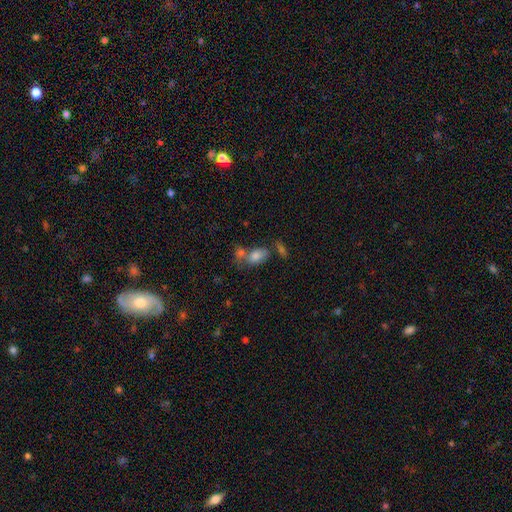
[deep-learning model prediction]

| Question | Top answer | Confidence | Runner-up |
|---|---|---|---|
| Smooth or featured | smooth | 74% | featured or disk (14%) |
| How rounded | in between | 80% | round (18%) |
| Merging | none | 41% | merger (38%) |